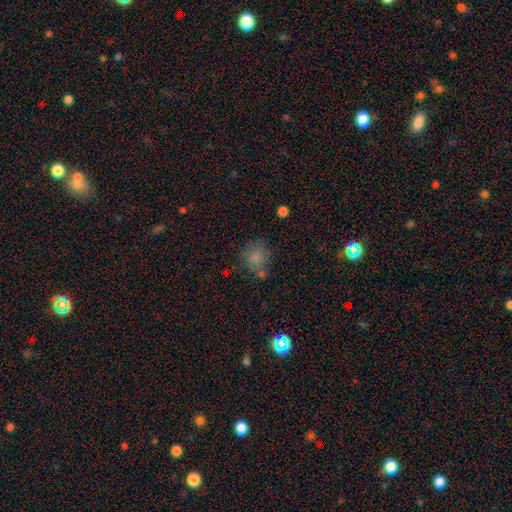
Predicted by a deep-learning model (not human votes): smooth 76%, star or artifact 14%, featured or disk 10%. Down the decision tree: how rounded — round (74%); merging — none (63%).